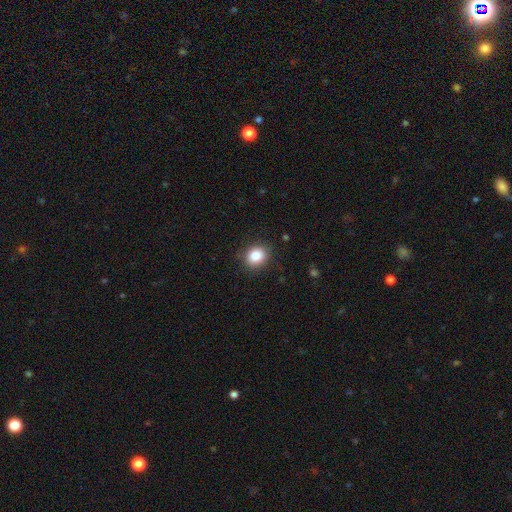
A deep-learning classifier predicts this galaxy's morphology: Q: Smooth or featured?
A: smooth (86%); runner-up: star or artifact (10%)
Q: How rounded?
A: round (68%); runner-up: in between (32%)
Q: Merging?
A: none (85%); runner-up: minor disturbance (11%)